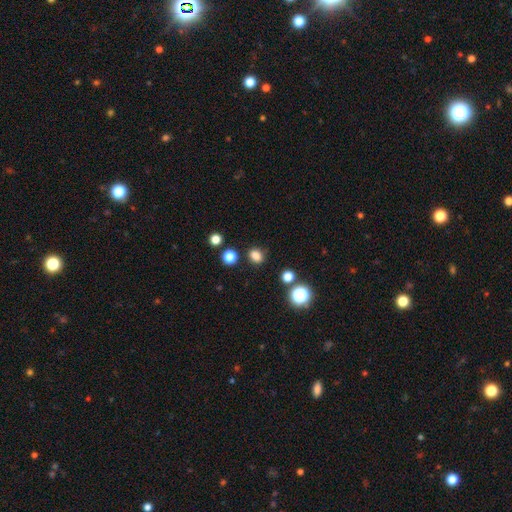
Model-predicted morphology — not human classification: This appears to be a smooth galaxy with no disk features (81%) that is round (52%). Merging: none (82%).